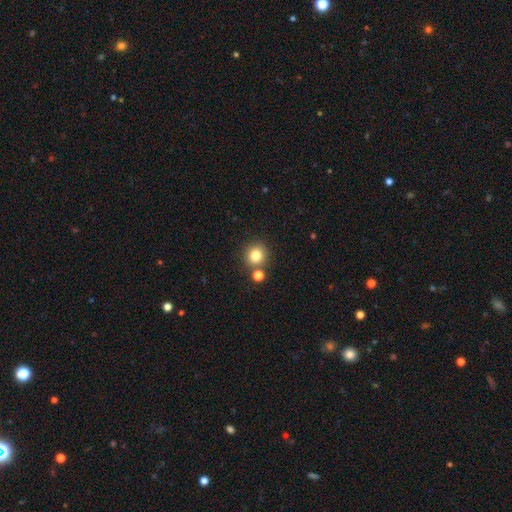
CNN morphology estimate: Smooth or featured?
  - smooth: 81% *
  - star or artifact: 12%
  - featured or disk: 6%
How rounded?
  - round: 90% *
  - in between: 9%
  - cigar-shaped: 1%
Merging?
  - none: 77% *
  - merger: 13%
  - minor disturbance: 8%
  - major disturbance: 2%